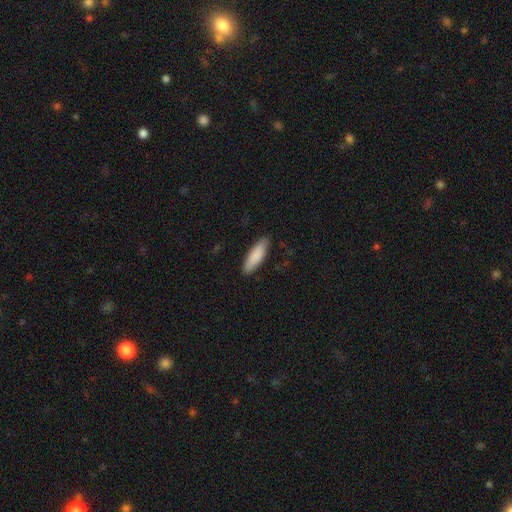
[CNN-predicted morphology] Smooth or featured: smooth — 87% (featured or disk — 8%)
How rounded: cigar-shaped — 53% (in between — 45%)
Merging: none — 86% (minor disturbance — 11%)